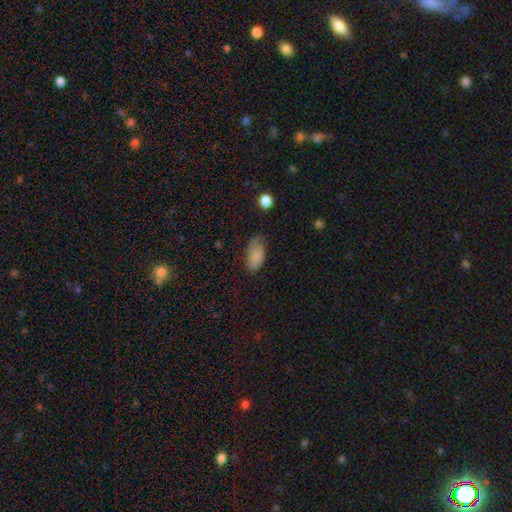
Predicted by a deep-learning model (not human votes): Overall: smooth (79%). How rounded: in between (93%). Merging: none (53%; minor disturbance 34%).